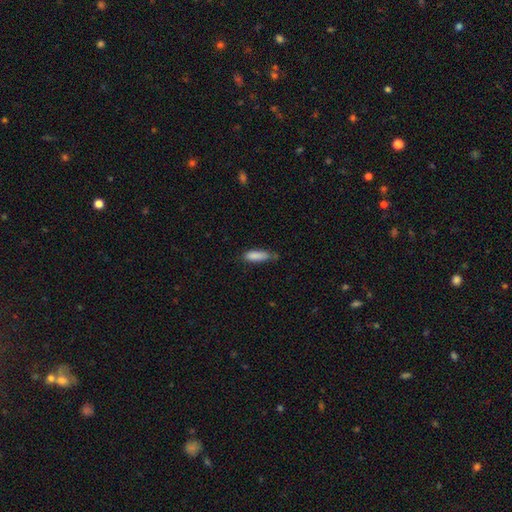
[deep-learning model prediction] A smooth galaxy with no disk features (86%) that is cigar-shaped (52%).

Vote fractions:
- Smooth or featured? smooth: 86% / star or artifact: 7% / featured or disk: 6%
- How rounded? cigar-shaped: 52% / in between: 47% / round: 2%
- Merging? none: 62% / minor disturbance: 29% / major disturbance: 5% / merger: 4%